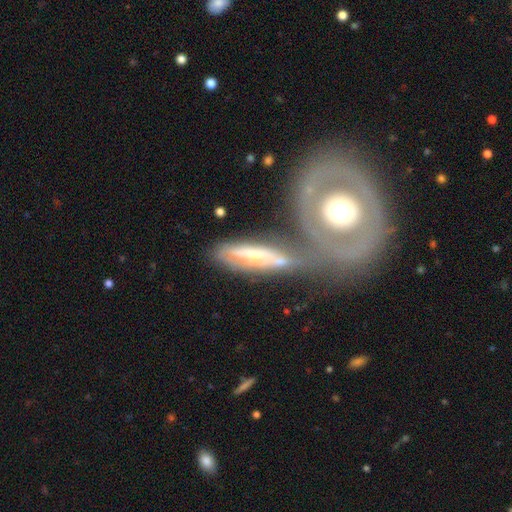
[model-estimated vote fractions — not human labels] This is likely a featured or disk galaxy (64%). It is likely not viewed edge-on (69%). Merging: possibly merger (45%).